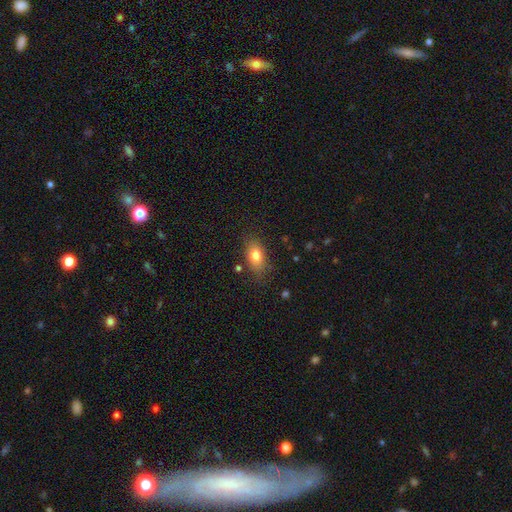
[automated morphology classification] smooth 79%, featured or disk 12%, star or artifact 9%. Down the decision tree: how rounded — in between (83%); merging — none (79%).